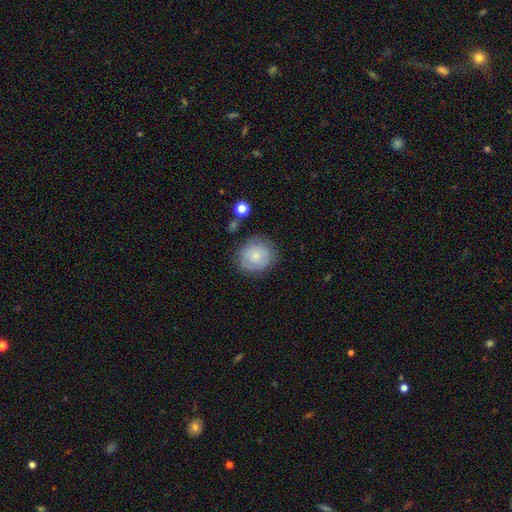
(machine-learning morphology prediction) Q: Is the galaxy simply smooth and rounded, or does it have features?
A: smooth — 76%.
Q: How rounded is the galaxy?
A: round — 81%.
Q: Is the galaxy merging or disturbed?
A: none — 76%.